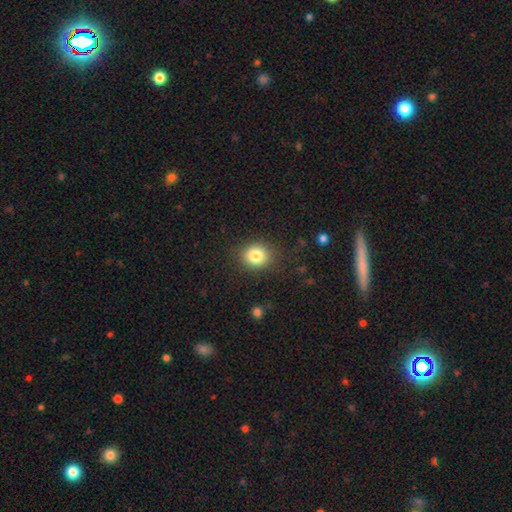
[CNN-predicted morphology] This is clearly a smooth galaxy (82%). How rounded: likely round (76%). Merging: clearly none (86%).